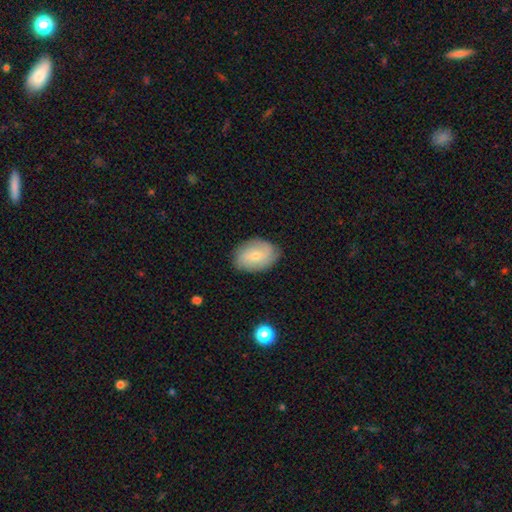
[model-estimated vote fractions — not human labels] Smooth or featured?
  - smooth: 50% *
  - featured or disk: 43%
  - star or artifact: 7%
Merging?
  - none: 80% *
  - minor disturbance: 16%
  - major disturbance: 4%
  - merger: 1%